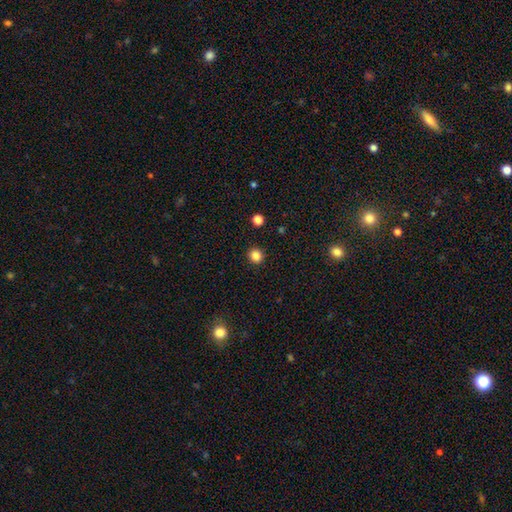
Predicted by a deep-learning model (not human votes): A smooth galaxy with no disk features (85%) that is round (87%).

Vote fractions:
- Smooth or featured? smooth: 85% / star or artifact: 12% / featured or disk: 4%
- How rounded? round: 87% / in between: 12% / cigar-shaped: 1%
- Merging? none: 92% / minor disturbance: 5% / major disturbance: 2% / merger: 1%